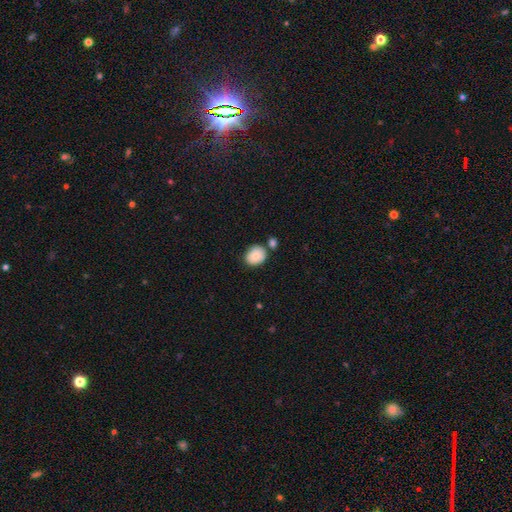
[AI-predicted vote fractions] Morphology: type=smooth (82%); roundness=round (54%); merging=none (70%).